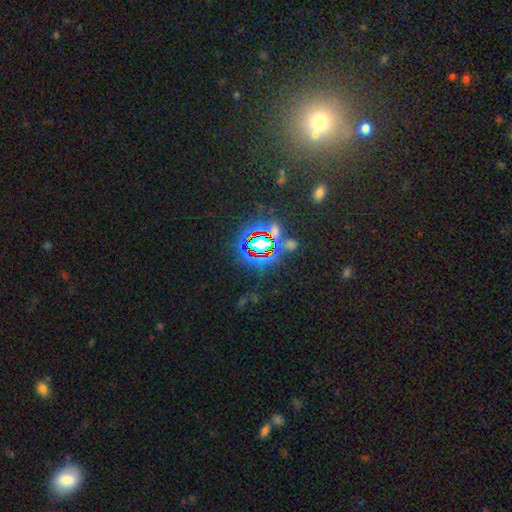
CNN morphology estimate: smooth_or_featured: star or artifact (p=0.79) [alt: smooth p=0.12]